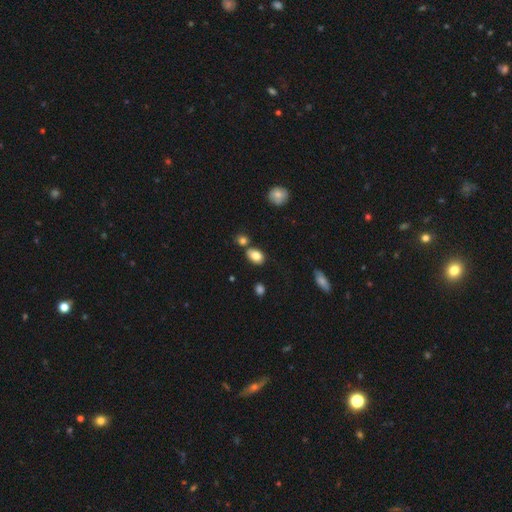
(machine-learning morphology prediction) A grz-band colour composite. It shows a smooth galaxy with no disk features (82%) that is in between round and cigar-shaped (80%). Merging: none (67%).